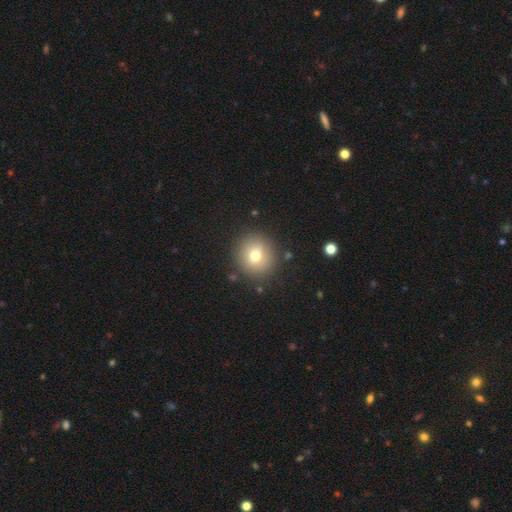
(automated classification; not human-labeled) Overall: smooth (72%). How rounded: round (86%). Merging: none (86%).